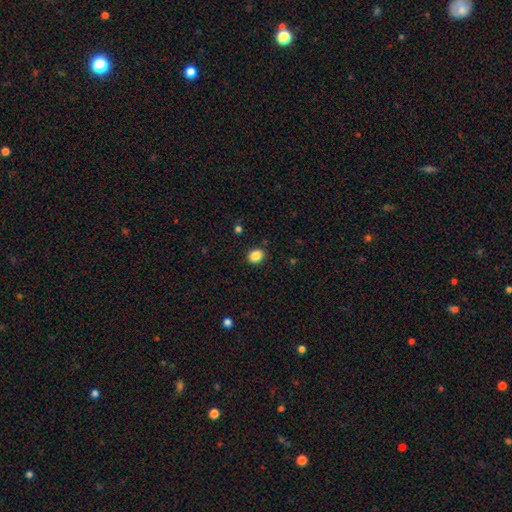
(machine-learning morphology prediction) type=smooth (87%); roundness=round (52%); merging=none (89%).